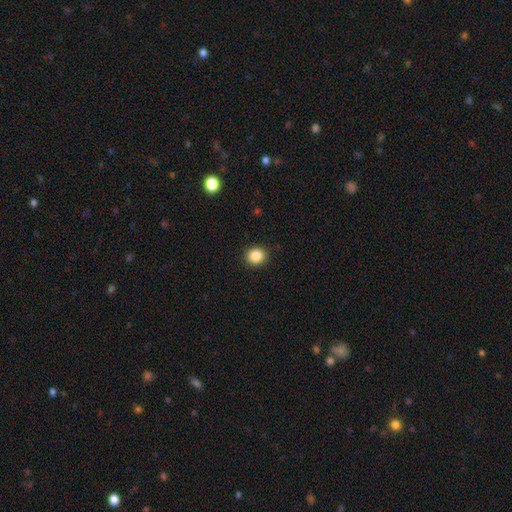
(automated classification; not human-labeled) Smooth or featured? Predicted: smooth (p=0.86). How rounded? Predicted: round (p=0.85). Merging? Predicted: none (p=0.91).